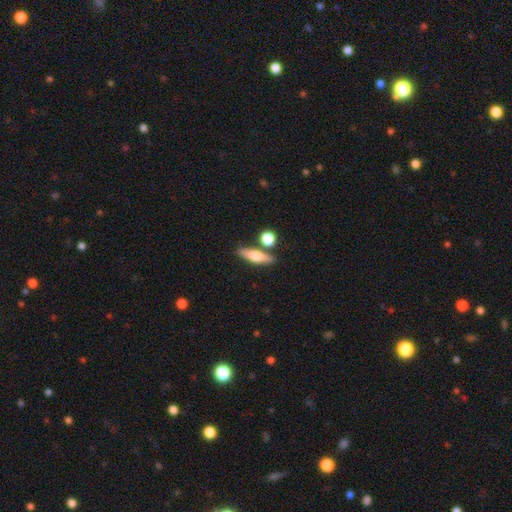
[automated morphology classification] The model was most divided on "how rounded": cigar-shaped: 51%, in between: 41%, round: 7%. More confident: merging — none (73%); smooth or featured — smooth (59%).